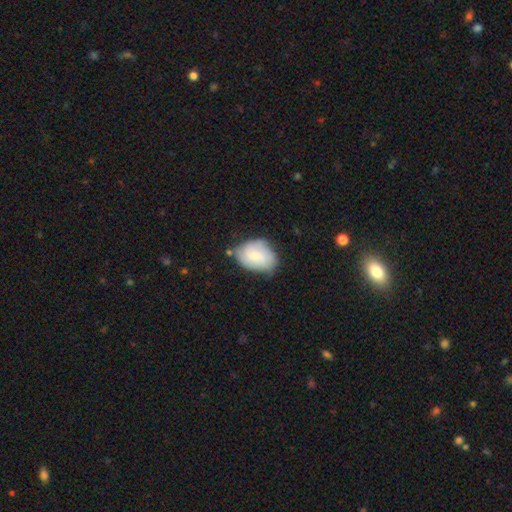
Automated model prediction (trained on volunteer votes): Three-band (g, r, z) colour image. It shows a smooth galaxy with no disk features (52%) that is in between round and cigar-shaped (72%). Merging: none (60%).